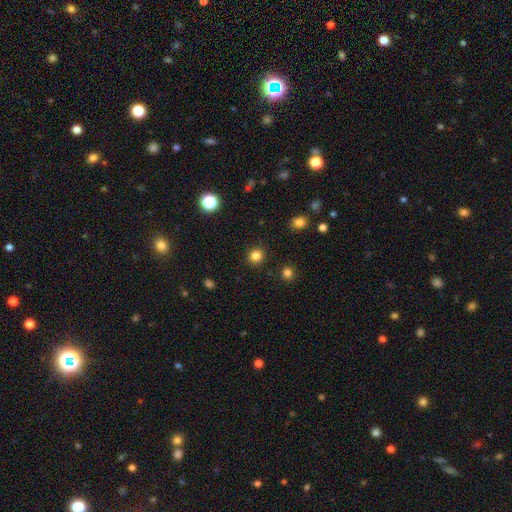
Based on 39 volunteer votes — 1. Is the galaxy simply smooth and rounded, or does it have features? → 90% smooth, 5% featured or disk, 5% star or artifact.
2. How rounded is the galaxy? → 89% round, 11% in between, 0% cigar-shaped.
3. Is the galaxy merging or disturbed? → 95% none, 3% minor disturbance, 3% major disturbance, 0% merger.